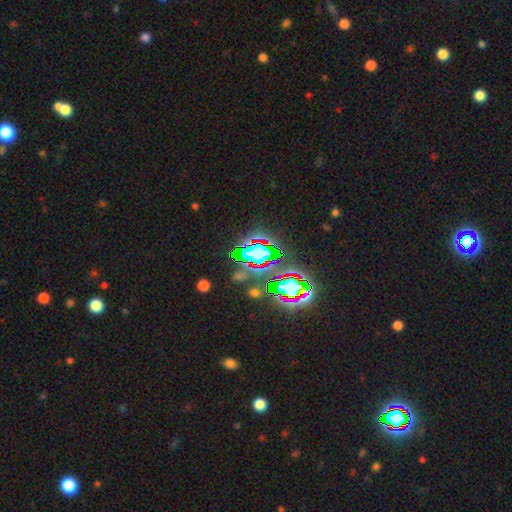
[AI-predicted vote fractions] This is likely a star or artifact rather than a galaxy (66%).